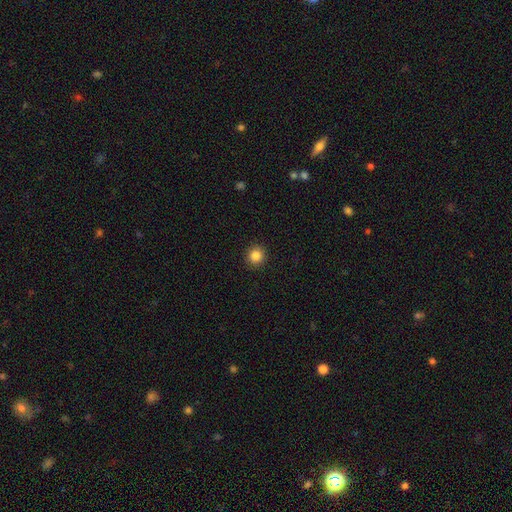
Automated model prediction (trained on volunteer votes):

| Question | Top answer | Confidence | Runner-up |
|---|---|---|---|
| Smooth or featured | smooth | 85% | star or artifact (11%) |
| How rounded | round | 93% | in between (6%) |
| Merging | none | 93% | minor disturbance (5%) |